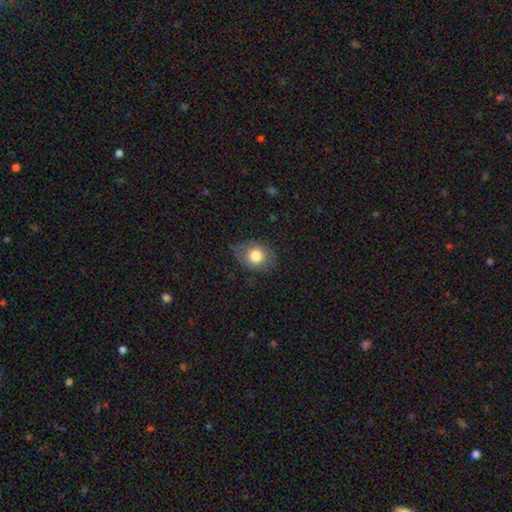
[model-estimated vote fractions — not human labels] Smooth or featured: smooth — 77% (featured or disk — 14%)
How rounded: in between — 52% (round — 47%)
Merging: none — 74% (minor disturbance — 19%)